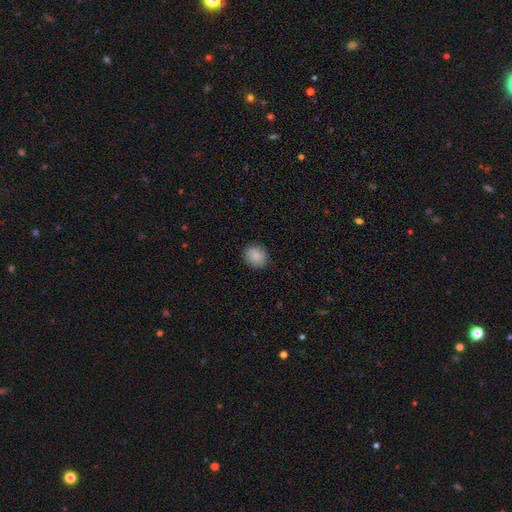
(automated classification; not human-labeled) smooth 88%, star or artifact 8%, featured or disk 3%. Down the decision tree: how rounded — round (75%); merging — none (89%).